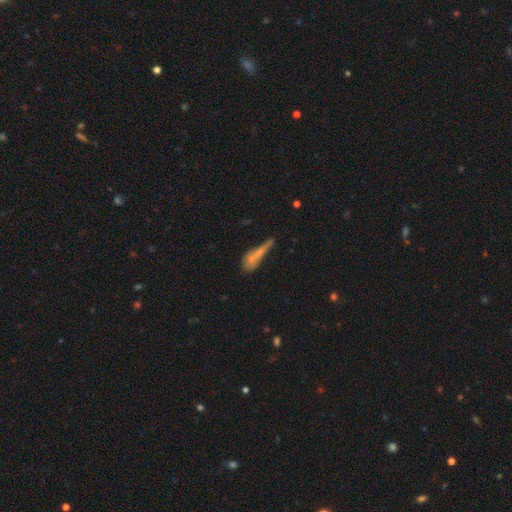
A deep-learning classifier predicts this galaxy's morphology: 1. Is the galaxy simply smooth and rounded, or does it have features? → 53% smooth, 34% featured or disk, 13% star or artifact.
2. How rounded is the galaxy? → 56% cigar-shaped, 34% in between, 10% round.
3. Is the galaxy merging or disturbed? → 31% none, 30% merger, 20% major disturbance, 18% minor disturbance.